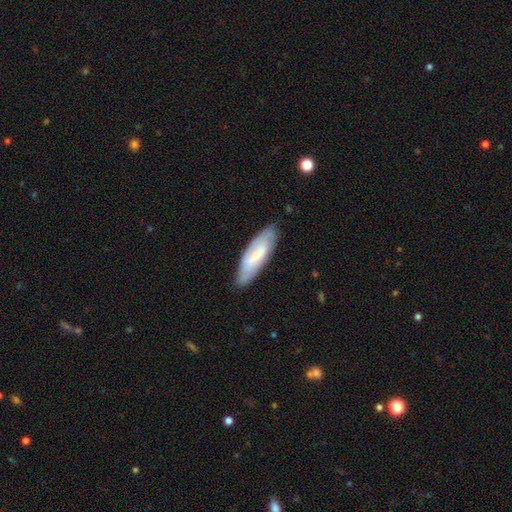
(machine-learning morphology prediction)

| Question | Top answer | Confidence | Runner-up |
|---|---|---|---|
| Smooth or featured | smooth | 54% | featured or disk (40%) |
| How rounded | in between | 52% | cigar-shaped (47%) |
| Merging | none | 78% | minor disturbance (17%) |